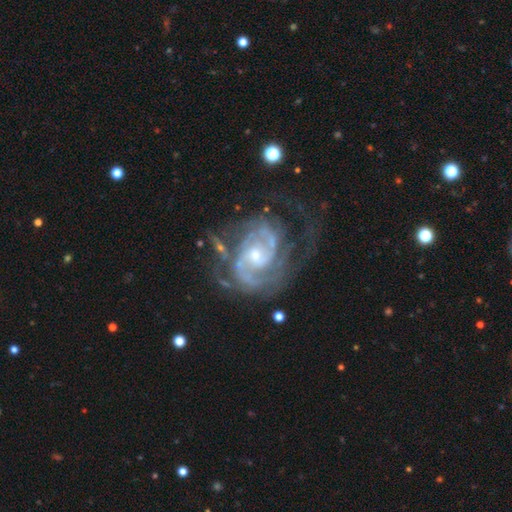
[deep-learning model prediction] smooth-or-featured: featured or disk: 91% | star or artifact: 5% | smooth: 4%
  disk-edge-on: no: 98% | yes: 2%
    bar: no: 61% | weak: 31% | strong: 8%
    has-spiral-arms: yes: 98% | no: 2%
      spiral-winding: tight: 58% | medium: 35% | loose: 7%
      spiral-arm-count: 2: 62% | can't tell: 14% | 3: 12% | 1: 4% | 4: 4% | more than 4: 3%
    bulge-size: small: 59% | moderate: 37% | large: 2% | none: 1% | dominant: 1%
  merging: none: 54% | major disturbance: 21% | minor disturbance: 21% | merger: 4%